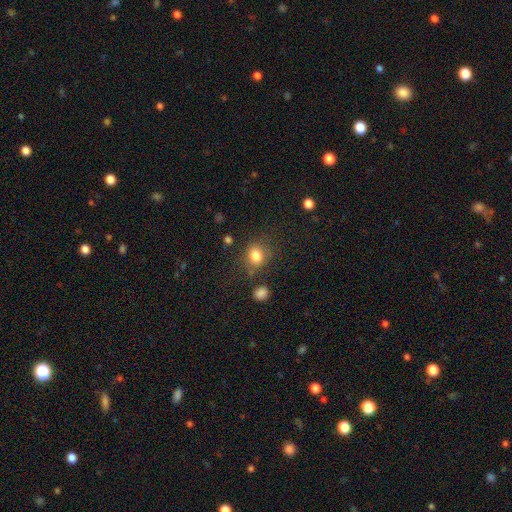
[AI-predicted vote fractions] Overall: smooth (82%). How rounded: round (63%; in between 36%). Merging: none (73%).